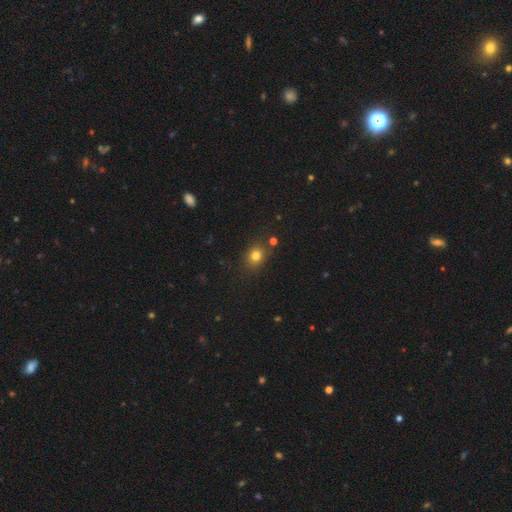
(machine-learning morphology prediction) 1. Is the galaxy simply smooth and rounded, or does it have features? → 78% smooth, 15% star or artifact, 8% featured or disk.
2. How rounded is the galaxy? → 56% round, 43% in between, 1% cigar-shaped.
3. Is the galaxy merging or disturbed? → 80% none, 12% minor disturbance, 5% merger, 4% major disturbance.